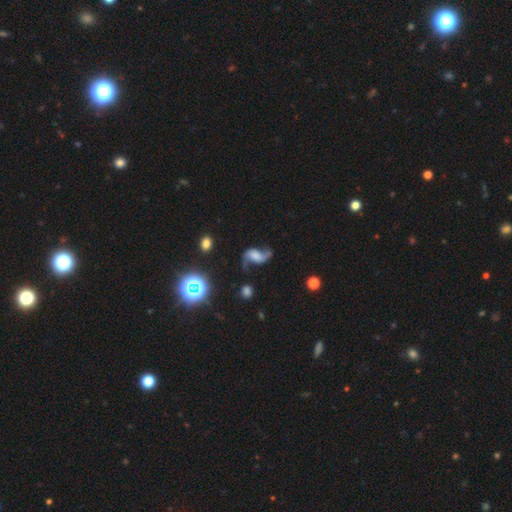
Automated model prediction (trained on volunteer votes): A featured or disk galaxy (83%) with no bar (51%), 2 (93%) loose (81%) spiral arms (96%) and no central bulge (39%).

Vote fractions:
- Smooth or featured? featured or disk: 83% / smooth: 9% / star or artifact: 8%
- Edge-on disk? no: 97% / yes: 3%
- Bar? no: 51% / weak: 35% / strong: 14%
- Spiral arms? yes: 96% / no: 4%
- Spiral winding? loose: 81% / medium: 15% / tight: 3%
- Spiral arm count? 2: 93% / 1: 2% / can't tell: 2% / 3: 1% / 4: 1% / more than 4: 1%
- Bulge size? none: 39% / large: 23% / moderate: 17% / small: 14% / dominant: 6%
- Merging? none: 70% / minor disturbance: 17% / major disturbance: 10% / merger: 4%